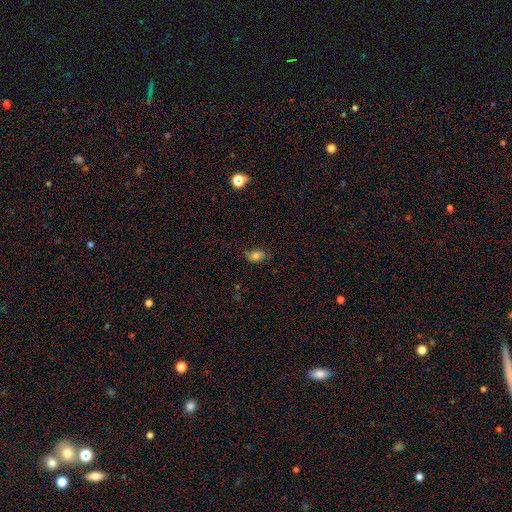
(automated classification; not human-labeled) Smooth or featured? smooth (75%)
How rounded? in between (84%)
Merging? none (71%)